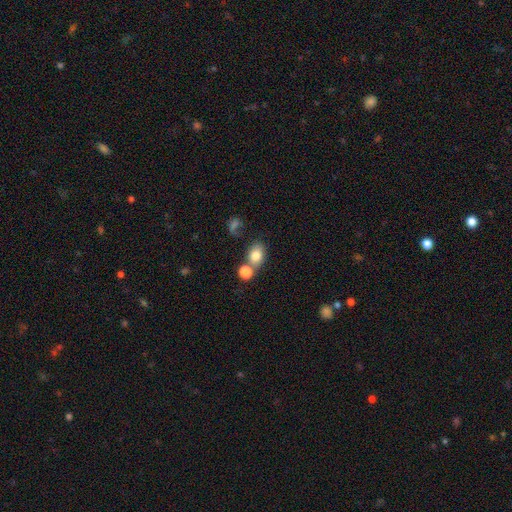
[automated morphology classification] smooth-or-featured: smooth: 80% | featured or disk: 10% | star or artifact: 10%
  how-rounded: in between: 64% | round: 35% | cigar-shaped: 1%
  merging: none: 52% | merger: 30% | minor disturbance: 13% | major disturbance: 5%